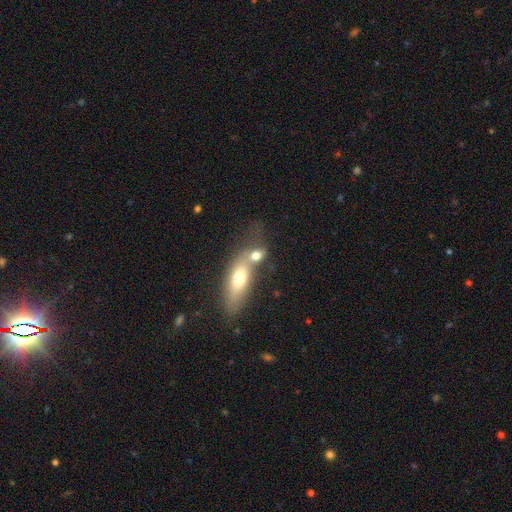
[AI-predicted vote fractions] A smooth galaxy with no disk features (67%) that is in between round and cigar-shaped (64%).

Vote fractions:
- Smooth or featured? smooth: 67% / featured or disk: 24% / star or artifact: 9%
- How rounded? in between: 64% / round: 20% / cigar-shaped: 16%
- Merging? merger: 56% / none: 27% / minor disturbance: 9% / major disturbance: 7%